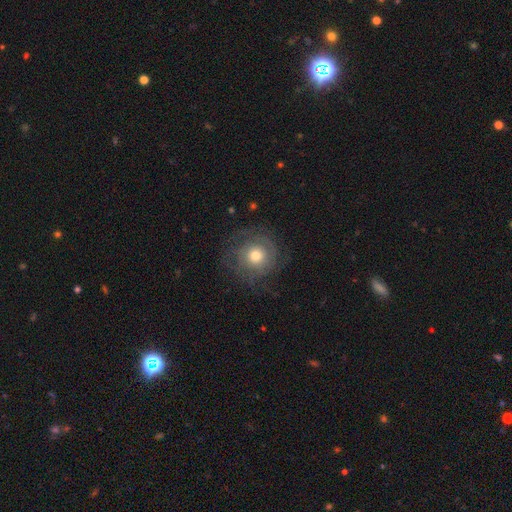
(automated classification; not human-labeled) smooth_or_featured: featured or disk (p=0.52) [alt: smooth p=0.39]
disk_edge_on: no (p=0.97) [alt: yes p=0.03]
bar: no (p=0.86) [alt: weak p=0.12]
has_spiral_arms: yes (p=0.74) [alt: no p=0.26]
bulge_size: moderate (p=0.65) [alt: small p=0.18]
merging: none (p=0.72) [alt: minor disturbance p=0.15]